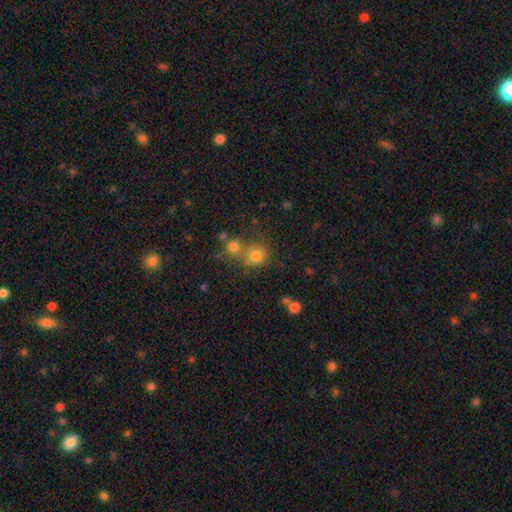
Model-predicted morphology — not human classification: Overall: smooth (74%). How rounded: round (86%). Merging: none (55%; merger 33%).